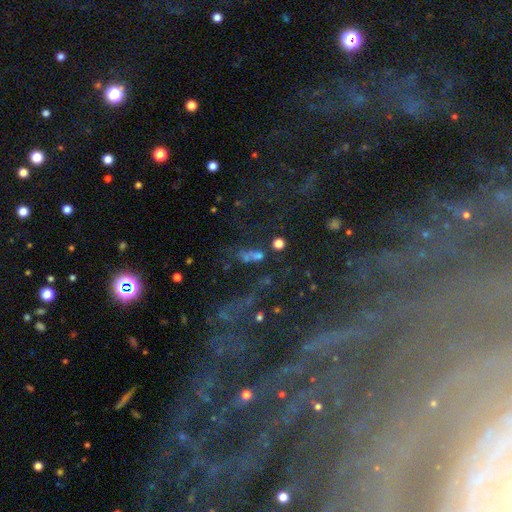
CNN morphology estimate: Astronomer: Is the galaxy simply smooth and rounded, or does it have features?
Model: star or artifact — 46% (runner-up: smooth, 33%).